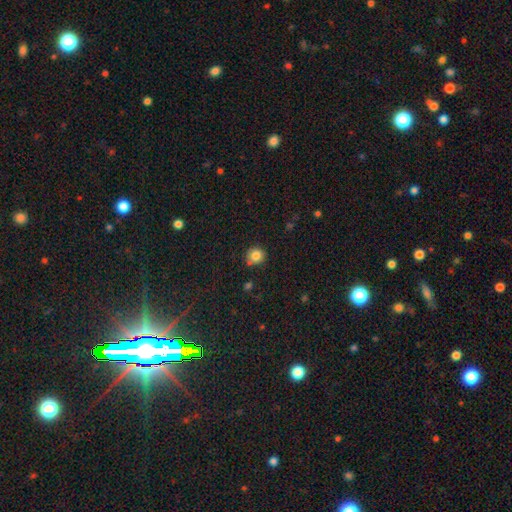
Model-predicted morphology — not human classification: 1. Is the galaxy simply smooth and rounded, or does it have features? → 82% smooth, 11% star or artifact, 6% featured or disk.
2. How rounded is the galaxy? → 90% round, 9% in between, 1% cigar-shaped.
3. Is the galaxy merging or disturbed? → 79% none, 13% minor disturbance, 5% merger, 3% major disturbance.